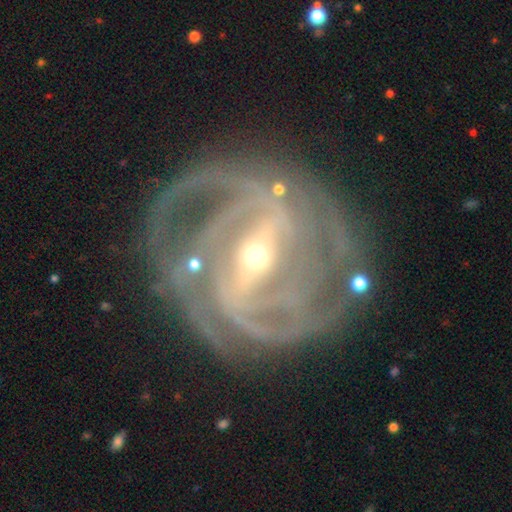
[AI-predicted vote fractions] Smooth or featured?
  - featured or disk: 92% *
  - star or artifact: 5%
  - smooth: 3%
Edge-on disk?
  - no: 96% *
  - yes: 4%
Bar?
  - strong: 73% *
  - weak: 20%
  - no: 8%
Spiral arms?
  - yes: 97% *
  - no: 3%
Spiral winding?
  - tight: 60% *
  - medium: 31%
  - loose: 8%
Spiral arm count?
  - 2: 30% *
  - 3: 20%
  - can't tell: 17%
  - 4: 15%
  - more than 4: 10%
  - 1: 8%
Bulge size?
  - small: 67% *
  - moderate: 29%
  - large: 2%
  - dominant: 1%
  - none: 1%
Merging?
  - none: 67% *
  - minor disturbance: 16%
  - major disturbance: 13%
  - merger: 4%